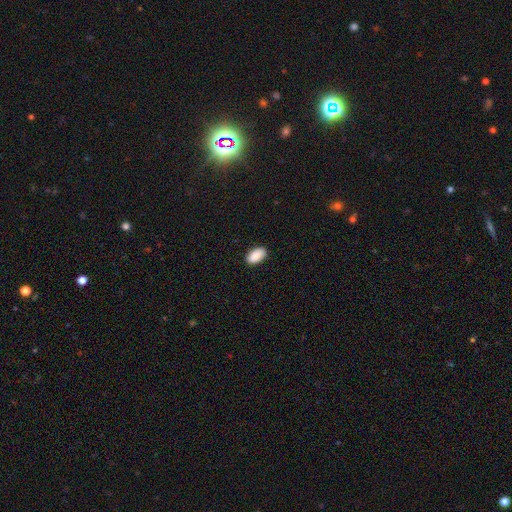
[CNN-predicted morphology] Overall: smooth (91%). How rounded: in between (95%). Merging: none (89%).